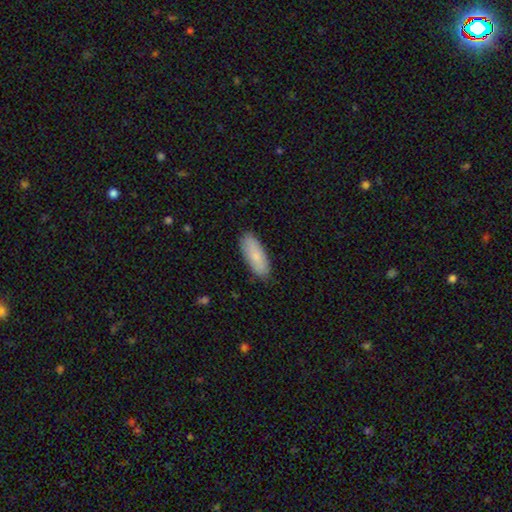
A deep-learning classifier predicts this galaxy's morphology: smooth_or_featured: smooth (p=0.84) [alt: featured or disk p=0.11]
how_rounded: in between (p=0.72) [alt: cigar-shaped p=0.26]
merging: none (p=0.86) [alt: minor disturbance p=0.11]